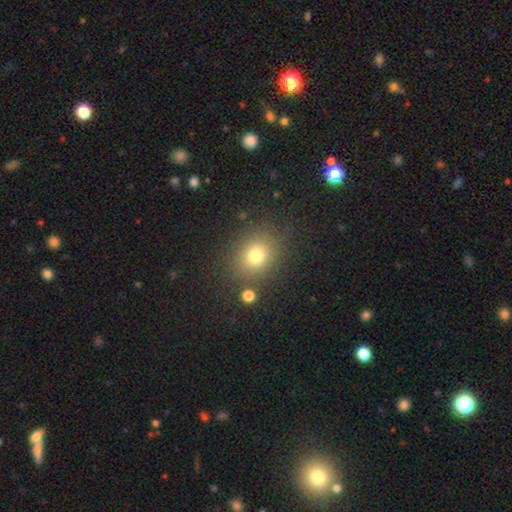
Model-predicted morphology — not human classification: Smooth or featured?
  - smooth: 76% *
  - star or artifact: 15%
  - featured or disk: 9%
How rounded?
  - round: 66% *
  - in between: 33%
  - cigar-shaped: 1%
Merging?
  - none: 83% *
  - minor disturbance: 9%
  - major disturbance: 4%
  - merger: 4%